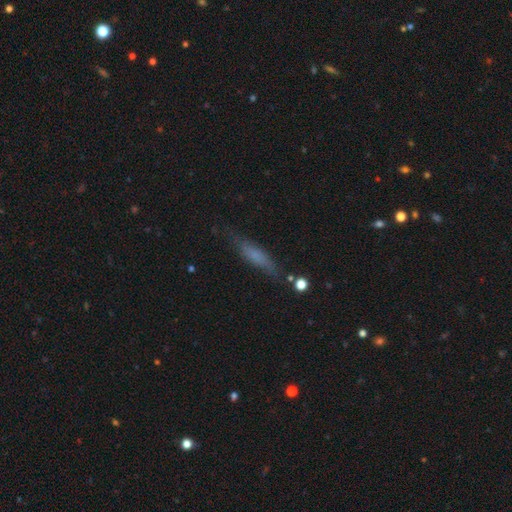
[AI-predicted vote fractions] The model was most divided on "smooth or featured": smooth: 59%, featured or disk: 30%, star or artifact: 11%. More confident: how rounded — cigar-shaped (77%); merging — none (71%).